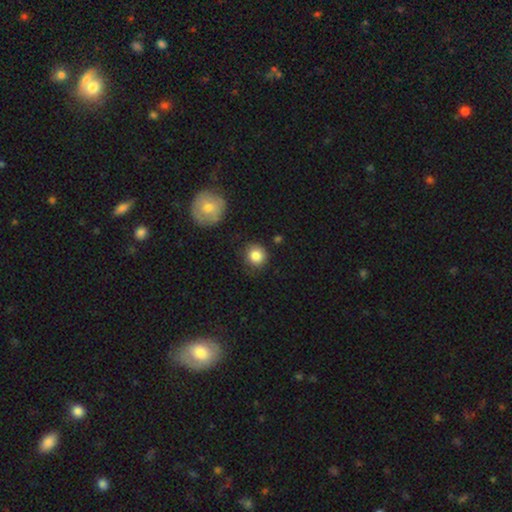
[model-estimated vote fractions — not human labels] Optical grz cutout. It shows a smooth galaxy with no disk features (85%) that is round (92%). Merging: none (83%).